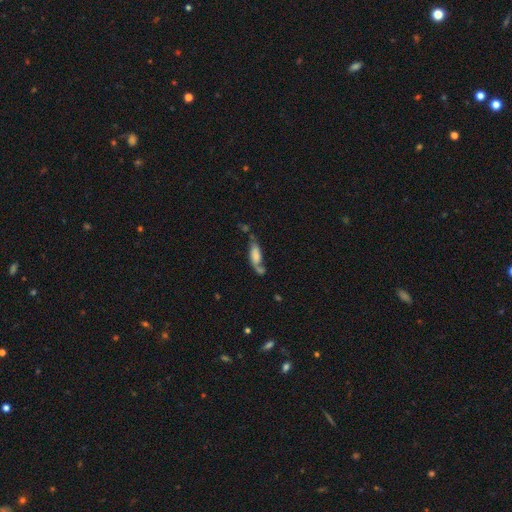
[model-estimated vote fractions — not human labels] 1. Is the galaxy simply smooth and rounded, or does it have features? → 53% smooth, 39% featured or disk, 8% star or artifact.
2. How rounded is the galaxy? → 64% in between, 33% cigar-shaped, 3% round.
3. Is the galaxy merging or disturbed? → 37% none, 25% merger, 22% minor disturbance, 17% major disturbance.